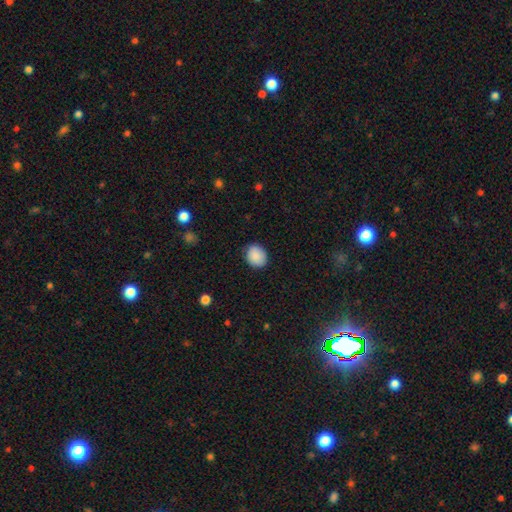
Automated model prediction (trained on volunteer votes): The model was most divided on "how rounded": round: 55%, in between: 44%, cigar-shaped: 1%. More confident: smooth or featured — smooth (90%); merging — none (86%).